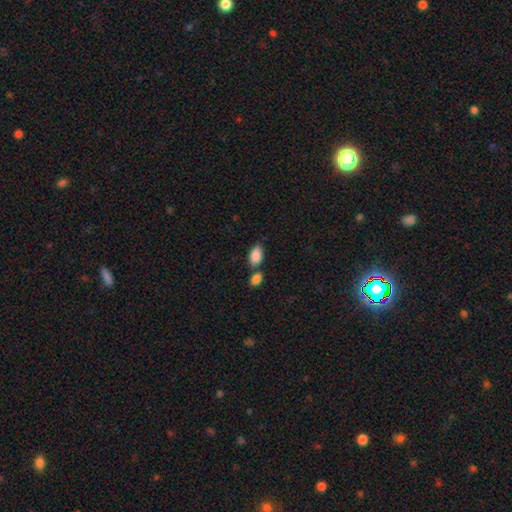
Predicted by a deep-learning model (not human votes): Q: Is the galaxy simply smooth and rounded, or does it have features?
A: smooth — 88%.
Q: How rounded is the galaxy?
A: in between — 92%.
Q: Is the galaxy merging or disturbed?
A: none — 52%.